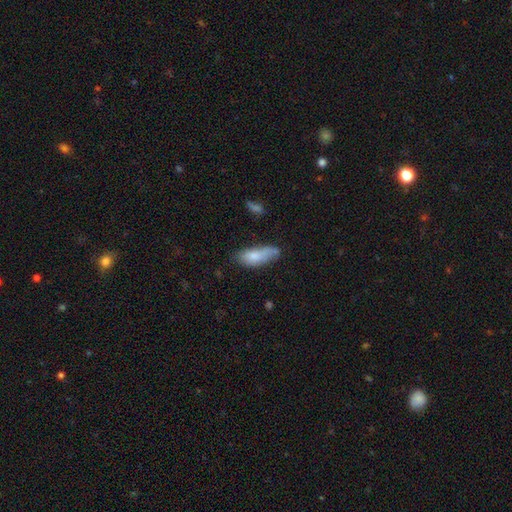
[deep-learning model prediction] This is likely a smooth galaxy (77%). How rounded: likely in between (72%). Merging: marginally none (44%).